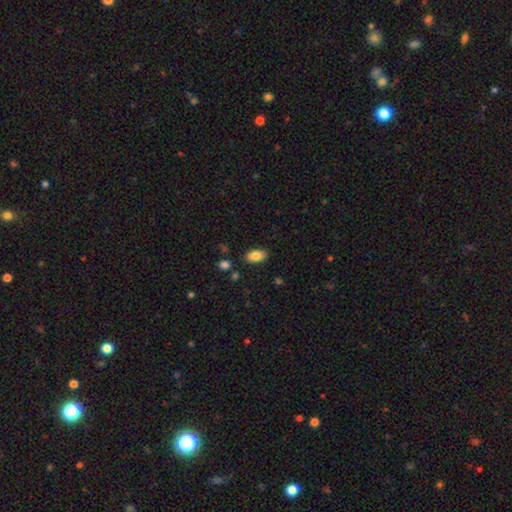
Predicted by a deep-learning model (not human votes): This appears to be a smooth galaxy with no disk features (83%) that is in between round and cigar-shaped (93%). Merging: none (86%).